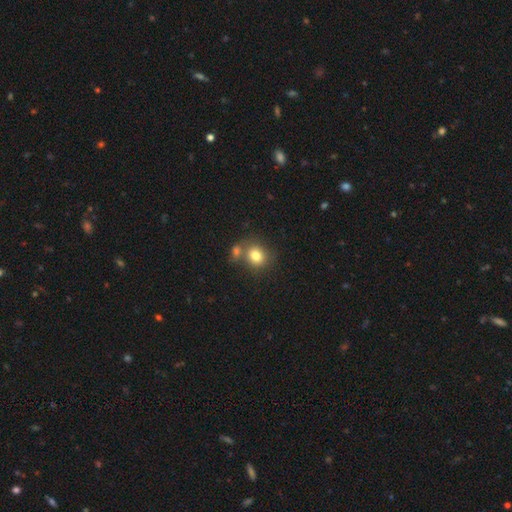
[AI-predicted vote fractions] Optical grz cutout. It shows a smooth galaxy with no disk features (79%) that is round (72%). Merging: none (56%).